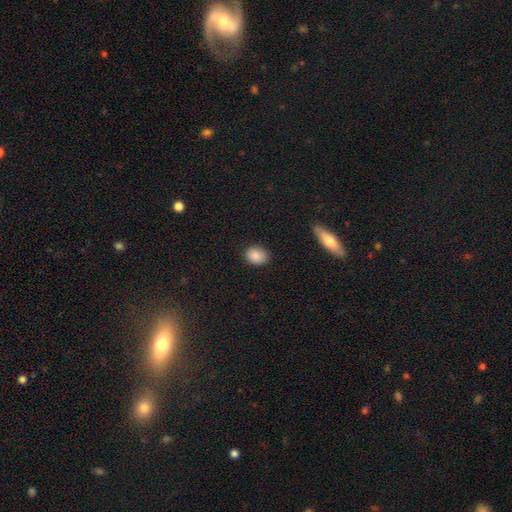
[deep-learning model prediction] This is clearly a smooth galaxy (87%). How rounded: possibly in between (57%). Merging: clearly none (86%).